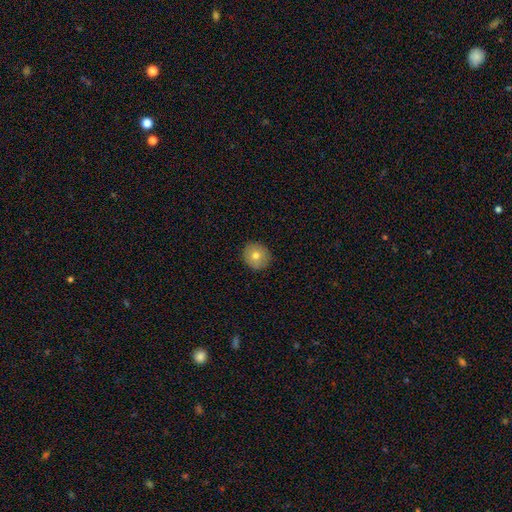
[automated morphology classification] smooth 75%, featured or disk 16%, star or artifact 9%. Down the decision tree: how rounded — round (89%); merging — none (90%).